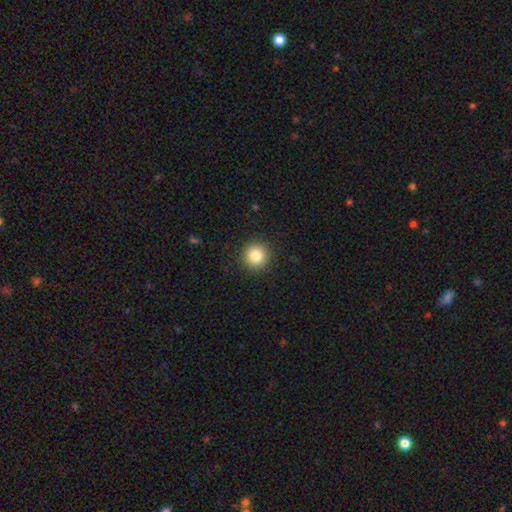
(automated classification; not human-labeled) The model was most divided on "smooth or featured": smooth: 84%, star or artifact: 10%, featured or disk: 6%. More confident: how rounded — round (94%); merging — none (92%).